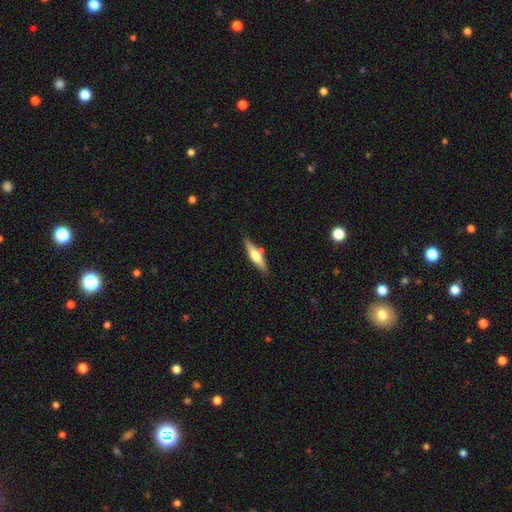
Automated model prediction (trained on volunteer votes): The model was most divided on "smooth or featured": featured or disk: 53%, smooth: 41%, star or artifact: 6%. More confident: edge-on disk — yes (93%); merging — none (77%).